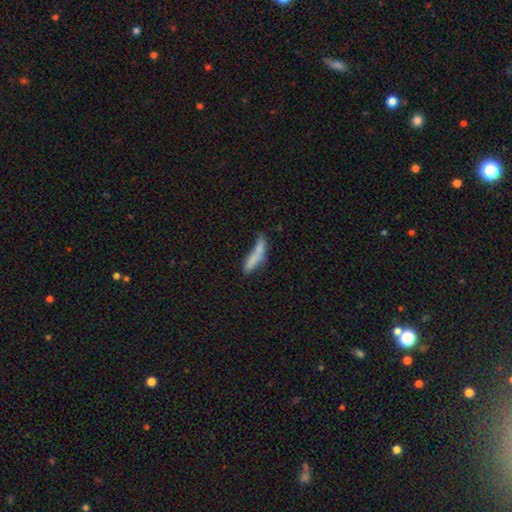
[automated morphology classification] smooth 73%, featured or disk 18%, star or artifact 9%. Down the decision tree: how rounded — cigar-shaped (73%); merging — none (41%).